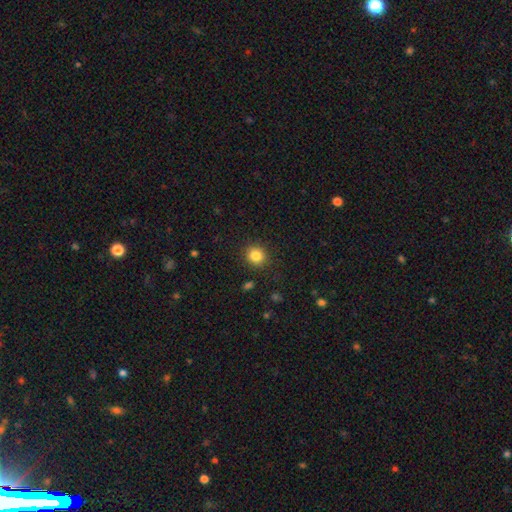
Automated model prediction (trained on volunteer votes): This appears to be a smooth galaxy with no disk features (84%) that is round (86%). Merging: none (89%).